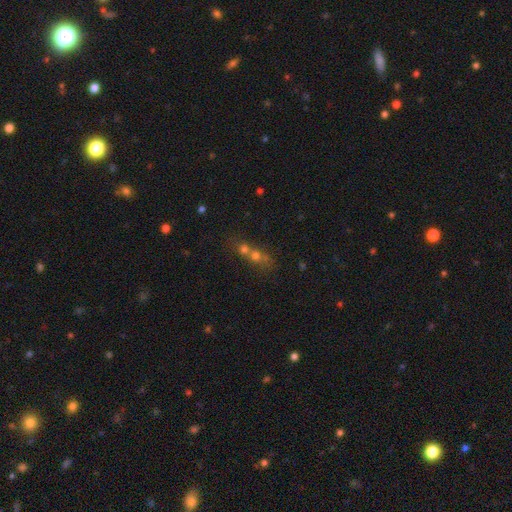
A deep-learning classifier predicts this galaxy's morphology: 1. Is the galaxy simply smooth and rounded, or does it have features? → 56% smooth, 24% featured or disk, 20% star or artifact.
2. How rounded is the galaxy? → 66% round, 28% in between, 6% cigar-shaped.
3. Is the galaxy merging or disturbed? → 66% merger, 24% none, 5% minor disturbance, 4% major disturbance.